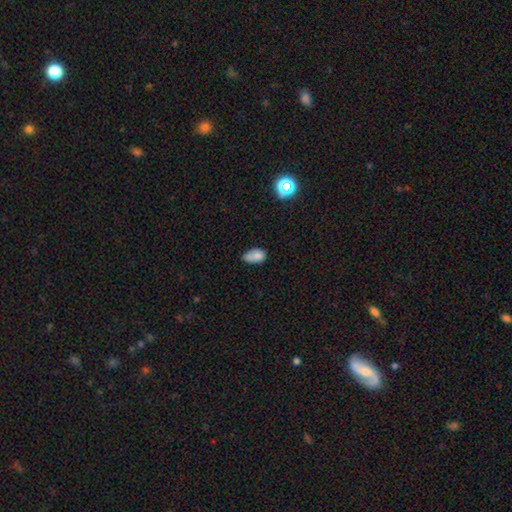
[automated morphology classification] This appears to be a smooth galaxy with no disk features (78%) that is in between round and cigar-shaped (89%). Merging: none (41%).